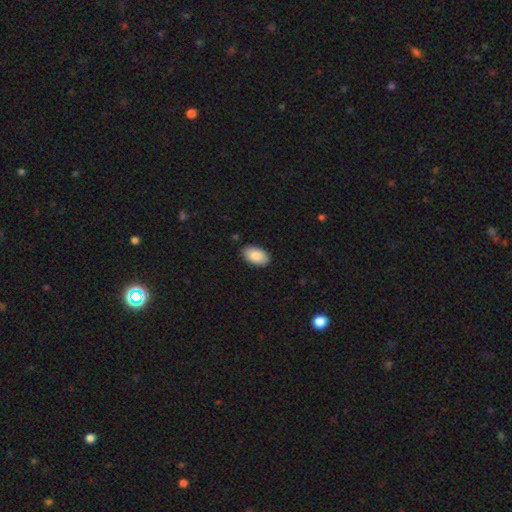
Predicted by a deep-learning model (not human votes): This is clearly a smooth galaxy (88%). How rounded: clearly in between (95%). Merging: clearly none (88%).